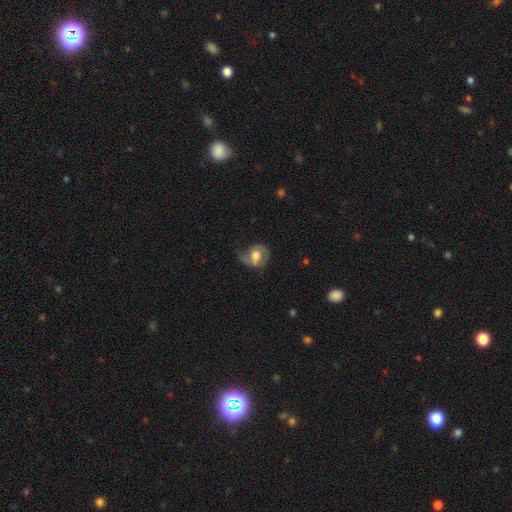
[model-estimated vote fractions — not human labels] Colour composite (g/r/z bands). It shows a featured or disk galaxy (51%). Merging: none (39%).